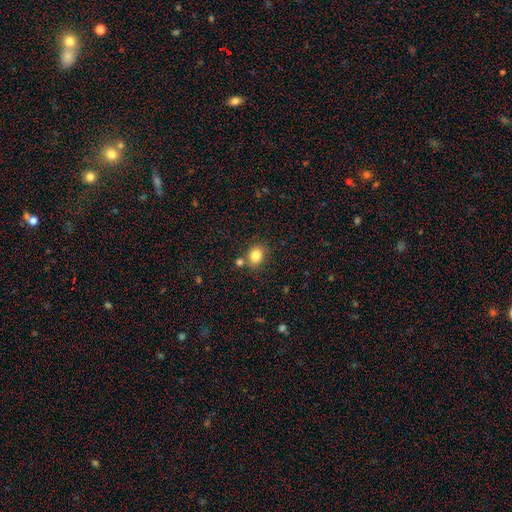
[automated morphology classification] Overall: smooth (82%). How rounded: round (60%; in between 39%). Merging: none (73%).